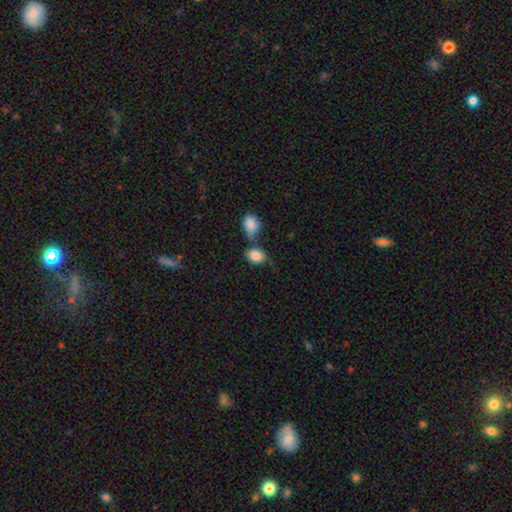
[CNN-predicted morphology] smooth 86%, star or artifact 8%, featured or disk 6%. Down the decision tree: how rounded — in between (78%); merging — none (46%).